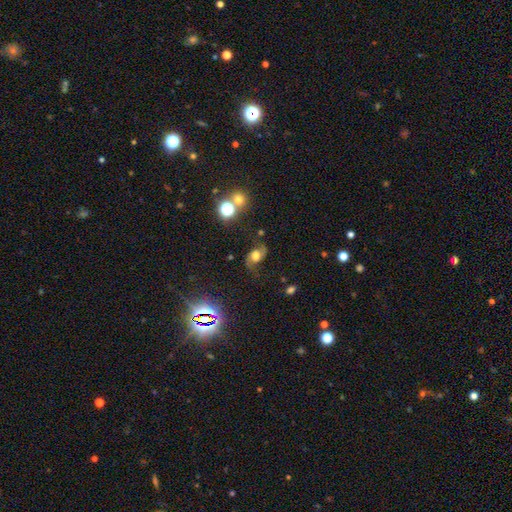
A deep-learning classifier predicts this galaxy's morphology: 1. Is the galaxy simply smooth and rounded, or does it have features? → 55% featured or disk, 30% smooth, 15% star or artifact.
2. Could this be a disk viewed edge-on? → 95% no, 5% yes.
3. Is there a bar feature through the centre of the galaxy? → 68% no, 25% weak, 8% strong.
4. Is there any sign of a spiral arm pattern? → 85% yes, 15% no.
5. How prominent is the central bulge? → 42% large, 41% moderate, 8% dominant, 6% small, 3% none.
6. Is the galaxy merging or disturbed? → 65% none, 20% minor disturbance, 12% major disturbance, 3% merger.